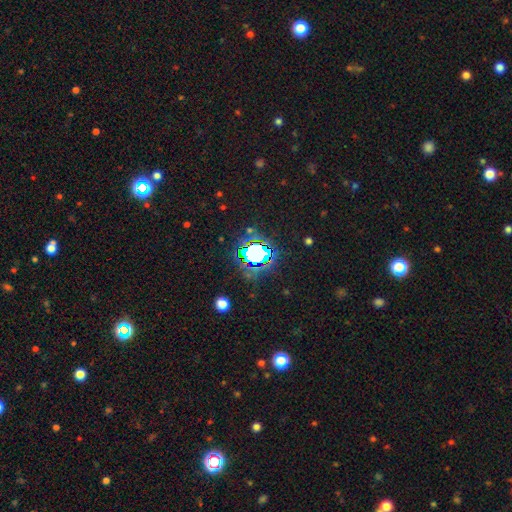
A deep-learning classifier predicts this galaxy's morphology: star or artifact 70%, smooth 20%, featured or disk 9%.